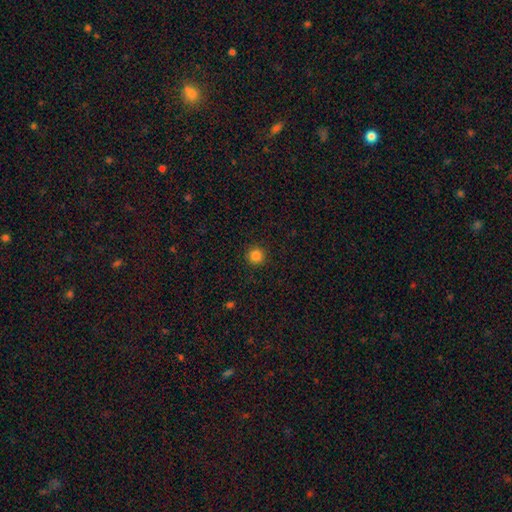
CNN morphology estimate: Smooth or featured: smooth — 84% (star or artifact — 12%)
How rounded: round — 96% (in between — 4%)
Merging: none — 92% (minor disturbance — 5%)